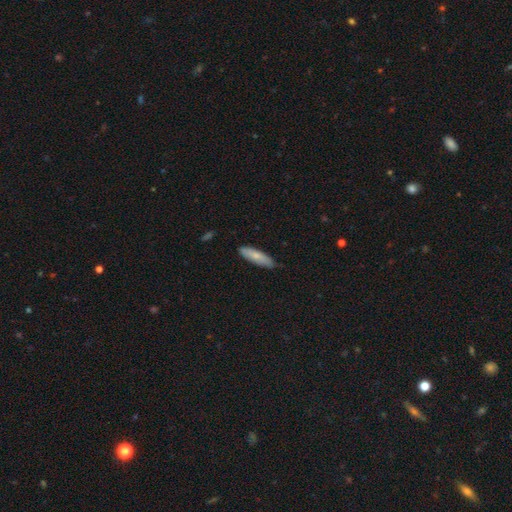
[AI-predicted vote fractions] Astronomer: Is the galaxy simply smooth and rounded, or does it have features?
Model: smooth — 74%.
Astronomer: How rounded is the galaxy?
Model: cigar-shaped — 57% (runner-up: in between, 41%).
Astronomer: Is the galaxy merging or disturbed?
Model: none — 78%.